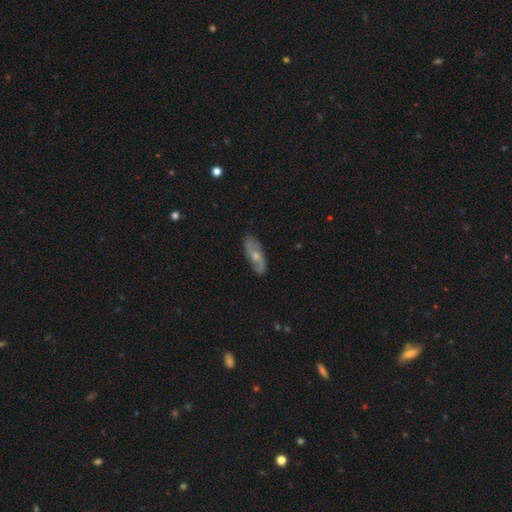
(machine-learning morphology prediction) smooth-or-featured: featured or disk: 62% | smooth: 31% | star or artifact: 7%
  disk-edge-on: no: 81% | yes: 19%
    bar: no: 69% | weak: 26% | strong: 5%
    has-spiral-arms: yes: 80% | no: 20%
    bulge-size: moderate: 61% | small: 32% | large: 4% | none: 3% | dominant: 1%
  merging: none: 81% | minor disturbance: 14% | major disturbance: 3% | merger: 1%